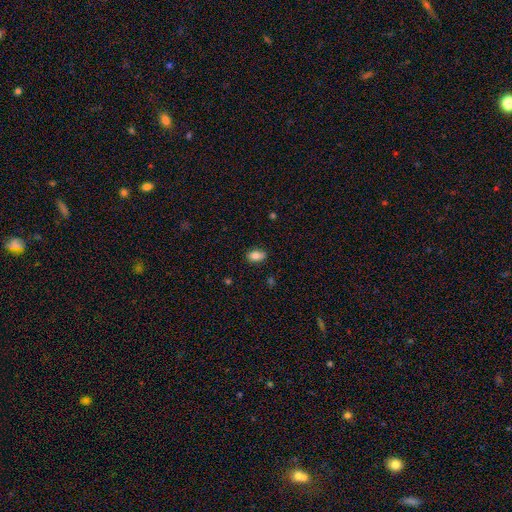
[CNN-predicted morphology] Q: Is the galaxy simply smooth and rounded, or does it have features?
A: smooth — 83%.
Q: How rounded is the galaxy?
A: in between — 86%.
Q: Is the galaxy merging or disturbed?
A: none — 81%.